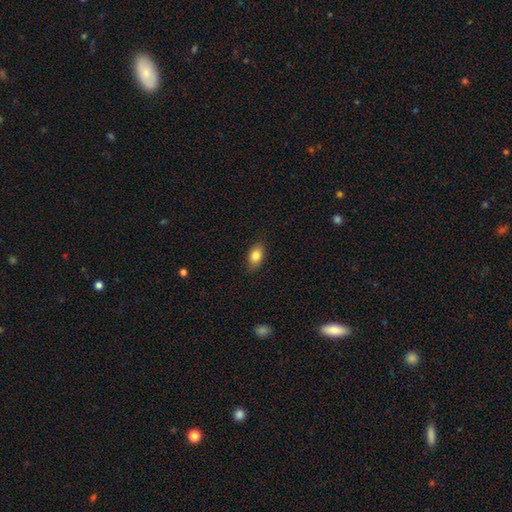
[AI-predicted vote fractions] This appears to be a smooth galaxy with no disk features (84%) that is in between round and cigar-shaped (88%). Merging: none (86%).